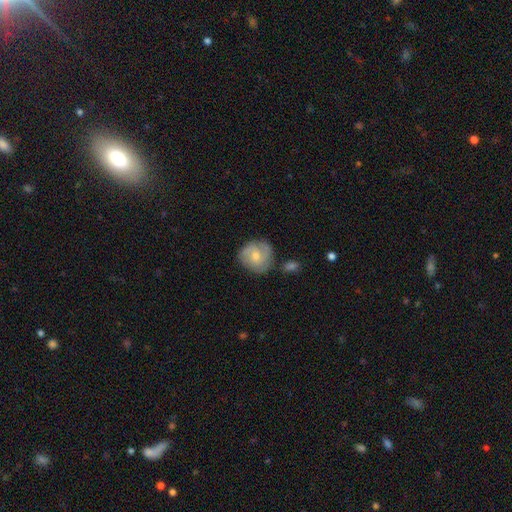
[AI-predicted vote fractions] Smooth or featured? featured or disk (52%)
Edge-on disk? no (97%)
Bar? no (68%)
Spiral arms? yes (82%)
Bulge size? moderate (48%)
Merging? none (68%)